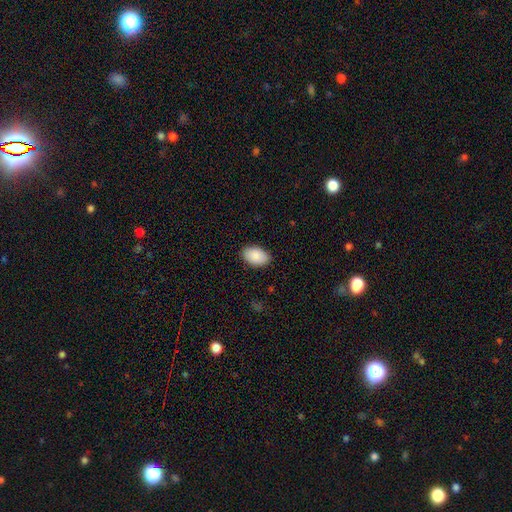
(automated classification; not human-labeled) A smooth galaxy with no disk features (89%) that is in between round and cigar-shaped (92%).

Vote fractions:
- Smooth or featured? smooth: 89% / star or artifact: 6% / featured or disk: 5%
- How rounded? in between: 92% / round: 7% / cigar-shaped: 1%
- Merging? none: 87% / minor disturbance: 10% / major disturbance: 2% / merger: 1%